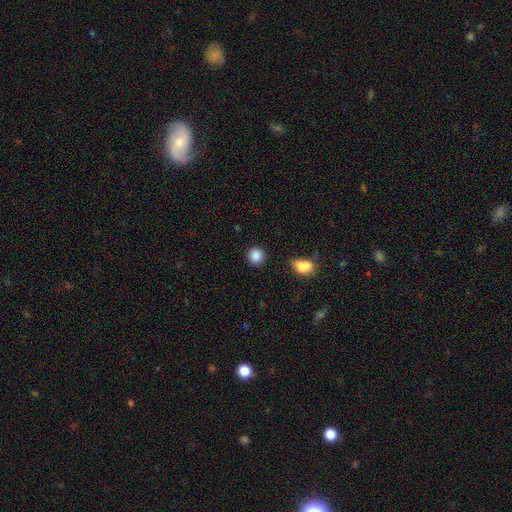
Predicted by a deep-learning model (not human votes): This is clearly a smooth galaxy (88%). How rounded: clearly round (88%). Merging: clearly none (87%).